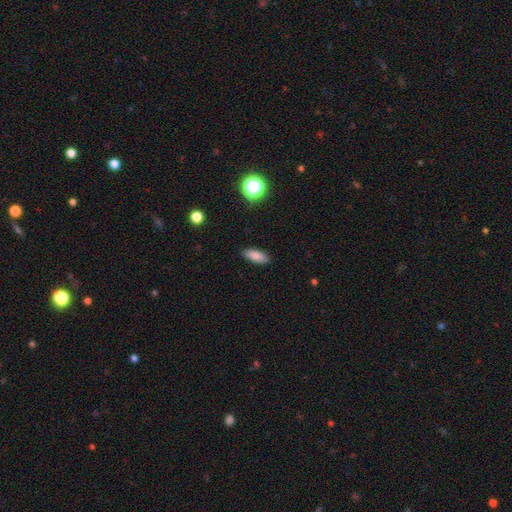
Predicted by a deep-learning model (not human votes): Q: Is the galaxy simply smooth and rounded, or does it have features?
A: smooth — 84%.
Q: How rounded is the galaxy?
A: in between — 74%.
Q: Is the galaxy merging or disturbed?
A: none — 88%.